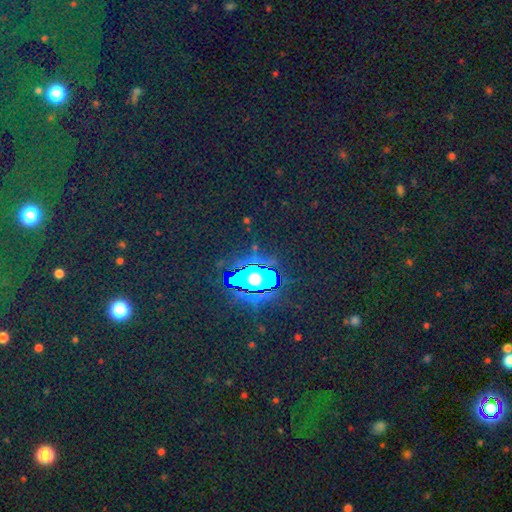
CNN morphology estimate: Smooth or featured: star or artifact — 73% (smooth — 18%)